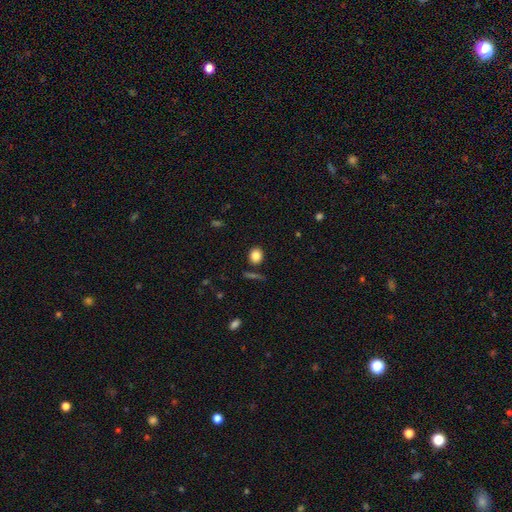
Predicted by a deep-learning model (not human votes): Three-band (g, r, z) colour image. It shows a smooth galaxy with no disk features (84%) that is round (63%). Merging: none (83%).